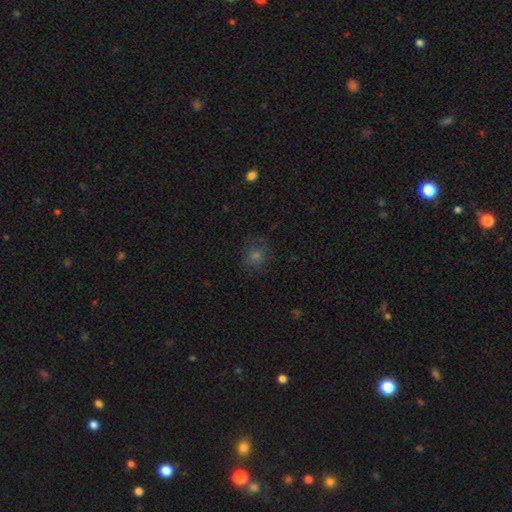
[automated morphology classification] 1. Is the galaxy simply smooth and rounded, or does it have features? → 62% smooth, 26% star or artifact, 12% featured or disk.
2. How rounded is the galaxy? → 79% round, 20% in between, 1% cigar-shaped.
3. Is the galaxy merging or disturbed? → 81% none, 13% minor disturbance, 5% major disturbance, 1% merger.